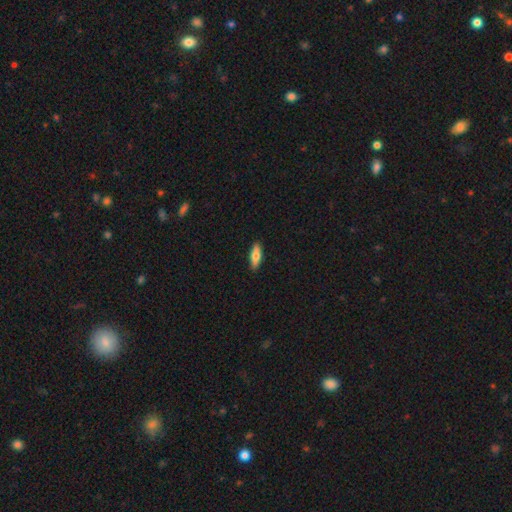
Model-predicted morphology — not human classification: Overall: smooth (74%). How rounded: in between (59%; cigar-shaped 38%). Merging: none (90%).